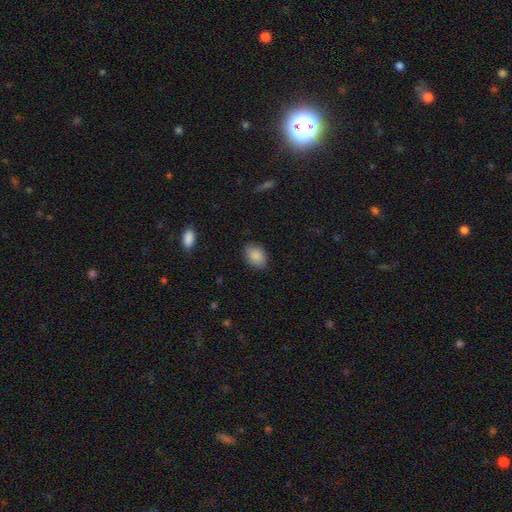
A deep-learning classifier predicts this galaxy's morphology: Smooth or featured? Predicted: smooth (p=0.87). How rounded? Predicted: in between (p=0.80). Merging? Predicted: none (p=0.85).